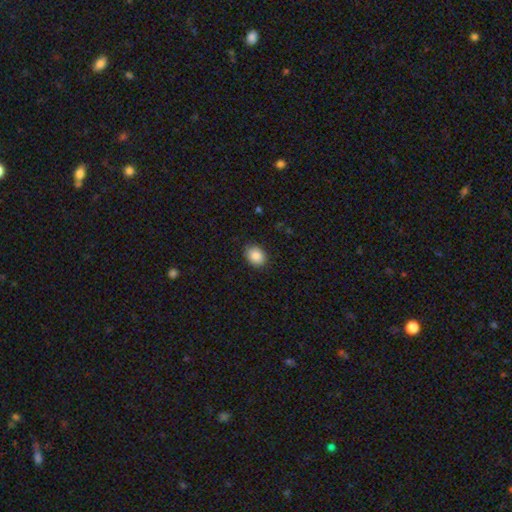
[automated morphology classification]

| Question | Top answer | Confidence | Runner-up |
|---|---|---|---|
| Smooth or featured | smooth | 87% | star or artifact (8%) |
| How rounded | in between | 56% | round (43%) |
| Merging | none | 87% | minor disturbance (10%) |